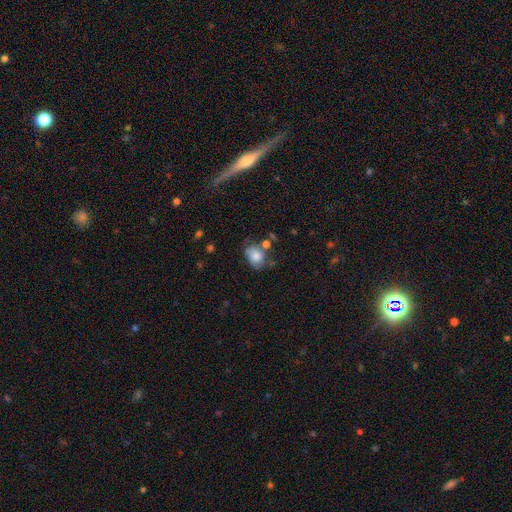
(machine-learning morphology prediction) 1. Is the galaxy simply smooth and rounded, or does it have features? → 75% smooth, 16% featured or disk, 9% star or artifact.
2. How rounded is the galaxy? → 64% in between, 35% round, 1% cigar-shaped.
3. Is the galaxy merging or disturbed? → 47% none, 29% minor disturbance, 12% merger, 12% major disturbance.